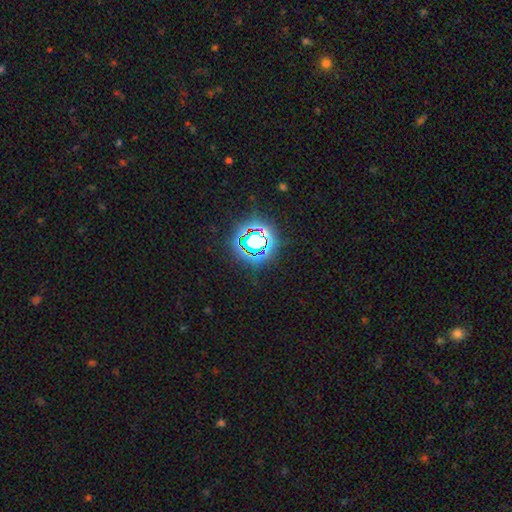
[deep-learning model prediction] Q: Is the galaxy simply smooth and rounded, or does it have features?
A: star or artifact — 81%.